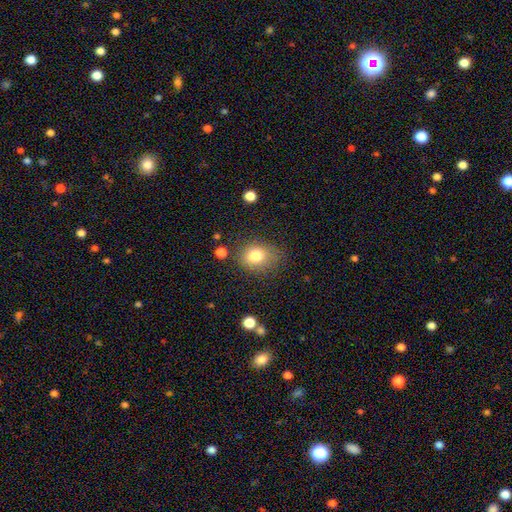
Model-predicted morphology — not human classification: Smooth or featured? smooth (80%)
How rounded? round (50%)
Merging? none (72%)